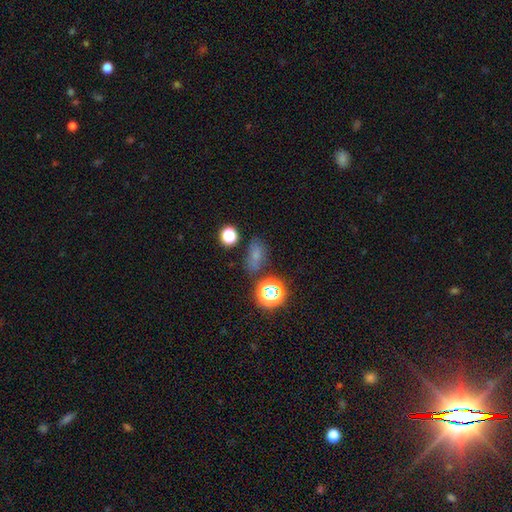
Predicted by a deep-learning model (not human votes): smooth-or-featured: smooth: 58% | star or artifact: 31% | featured or disk: 11%
  how-rounded: in between: 71% | round: 24% | cigar-shaped: 4%
  merging: none: 67% | minor disturbance: 17% | merger: 9% | major disturbance: 7%